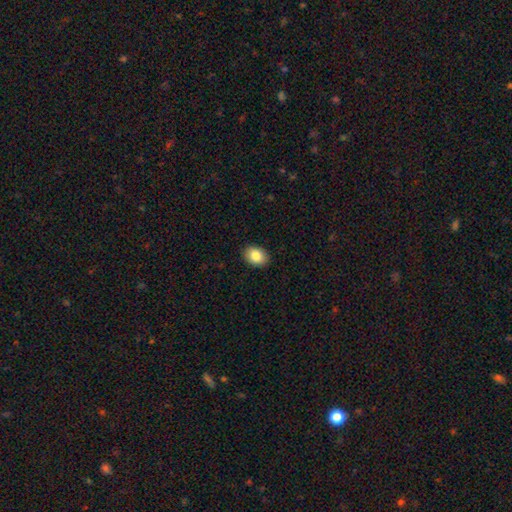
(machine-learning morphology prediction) This is clearly a smooth galaxy (85%). How rounded: likely in between (73%). Merging: clearly none (90%).